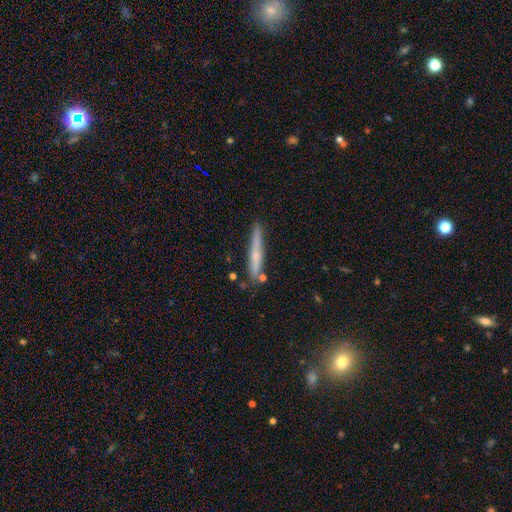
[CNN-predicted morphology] Smooth or featured: smooth — 49% (featured or disk — 43%)
Merging: none — 81% (minor disturbance — 13%)